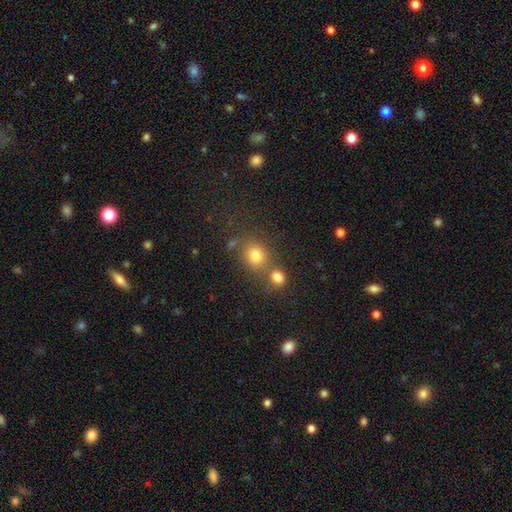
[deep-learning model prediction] A smooth galaxy with no disk features (77%) that is round (75%). Merging: none (55%).